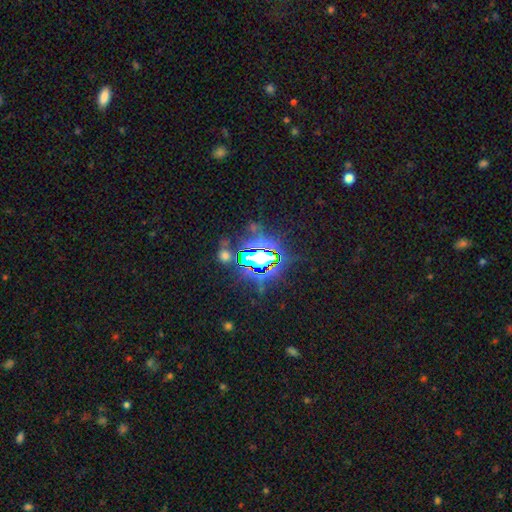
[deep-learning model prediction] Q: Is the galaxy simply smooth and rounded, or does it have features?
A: star or artifact — 84%.